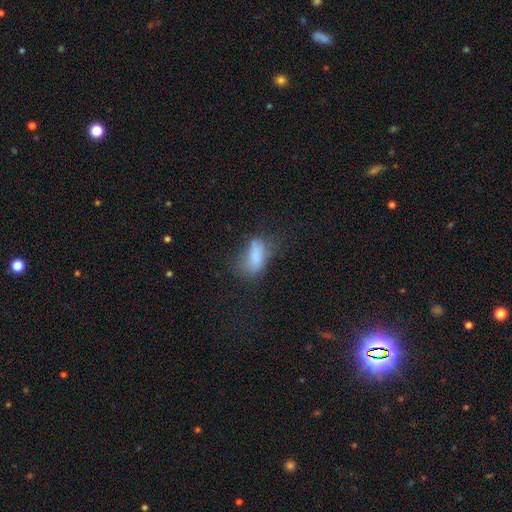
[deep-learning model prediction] Overall: smooth (74%). How rounded: in between (82%). Merging: none (40%; minor disturbance 29%).